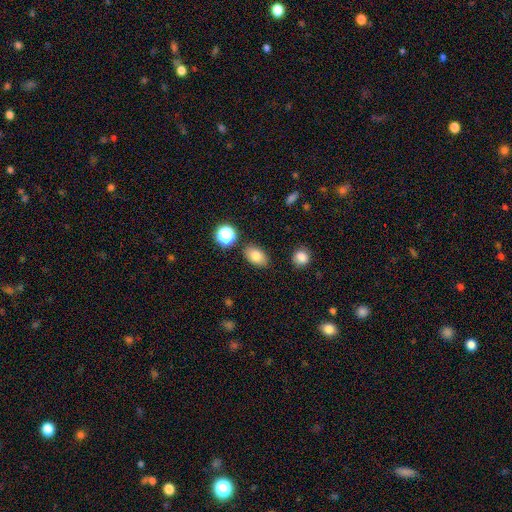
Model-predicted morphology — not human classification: smooth-or-featured: smooth: 80% | star or artifact: 11% | featured or disk: 9%
  how-rounded: in between: 84% | round: 15% | cigar-shaped: 1%
  merging: none: 83% | minor disturbance: 11% | merger: 3% | major disturbance: 3%